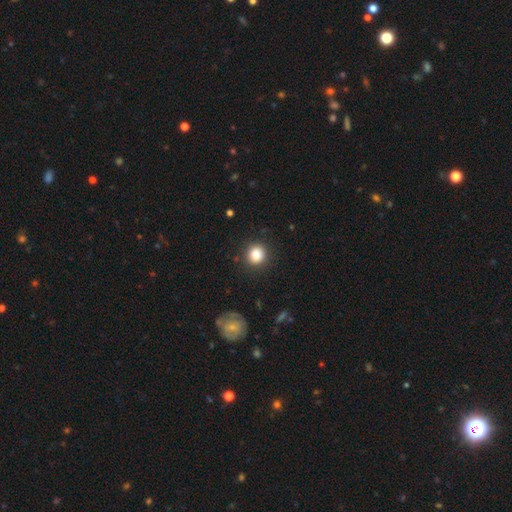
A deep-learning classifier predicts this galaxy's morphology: type=smooth (86%); roundness=round (89%); merging=none (88%).